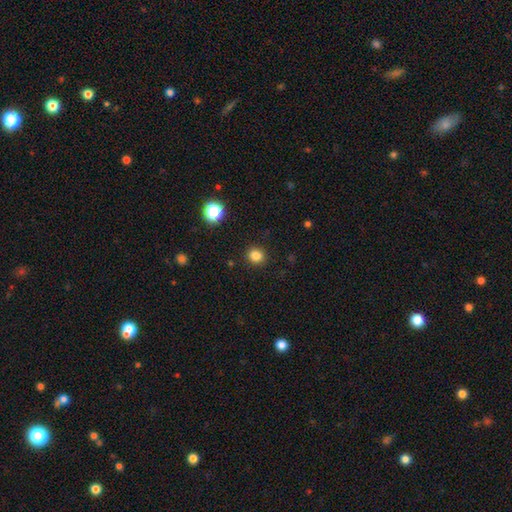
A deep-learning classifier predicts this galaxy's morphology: type=smooth (82%); roundness=round (84%); merging=none (90%).